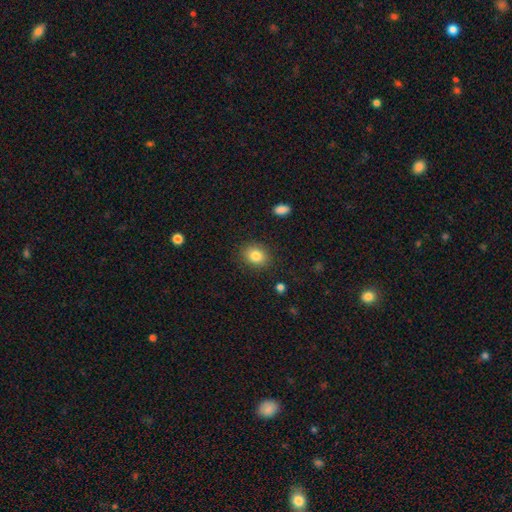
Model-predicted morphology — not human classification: A smooth galaxy with no disk features (84%) that is round (50%).

Vote fractions:
- Smooth or featured? smooth: 84% / star or artifact: 9% / featured or disk: 7%
- How rounded? round: 50% / in between: 49% / cigar-shaped: 1%
- Merging? none: 87% / minor disturbance: 9% / major disturbance: 3% / merger: 1%